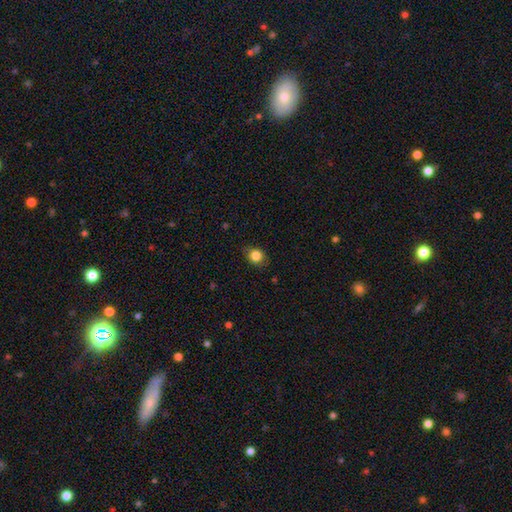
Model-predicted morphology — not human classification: Smooth or featured? Predicted: smooth (p=0.83). How rounded? Predicted: round (p=0.66). Merging? Predicted: none (p=0.77).